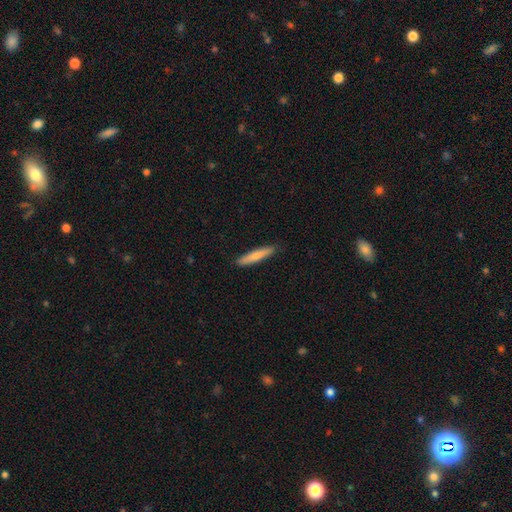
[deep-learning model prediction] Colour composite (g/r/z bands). It shows a smooth galaxy with no disk features (71%) that is cigar-shaped (89%). Merging: none (89%).